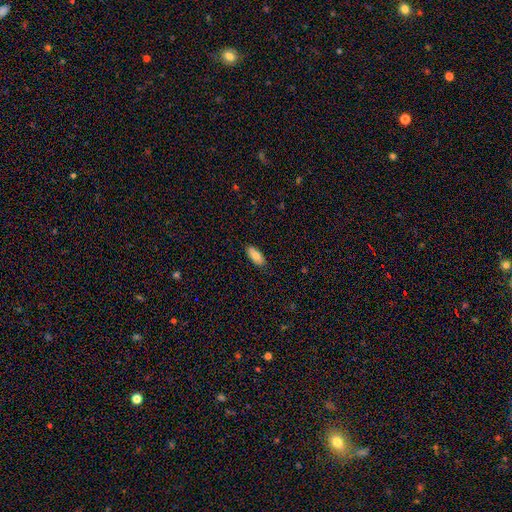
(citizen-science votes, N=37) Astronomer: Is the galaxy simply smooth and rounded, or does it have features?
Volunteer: smooth — 84%.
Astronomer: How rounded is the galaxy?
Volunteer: in between — 94%.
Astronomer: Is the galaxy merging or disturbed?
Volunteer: none — 89%.